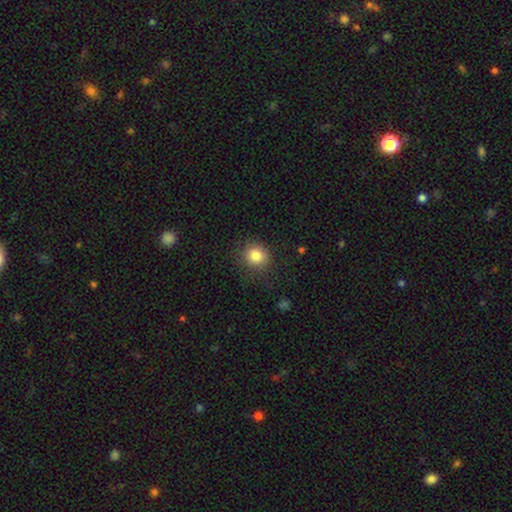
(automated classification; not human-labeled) The model was most divided on "how rounded": round: 85%, in between: 14%, cigar-shaped: 1%. More confident: merging — none (84%); smooth or featured — smooth (83%).